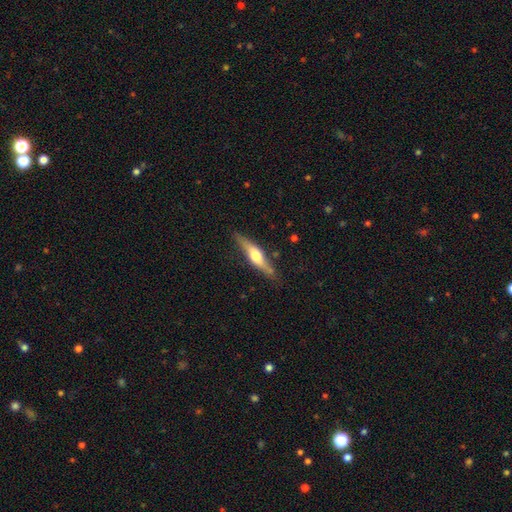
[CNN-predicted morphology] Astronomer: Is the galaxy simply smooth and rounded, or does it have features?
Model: featured or disk — 60%.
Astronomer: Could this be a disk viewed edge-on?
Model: yes — 91%.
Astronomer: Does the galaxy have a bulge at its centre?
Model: rounded — 91%.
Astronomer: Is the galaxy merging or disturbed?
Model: none — 79%.